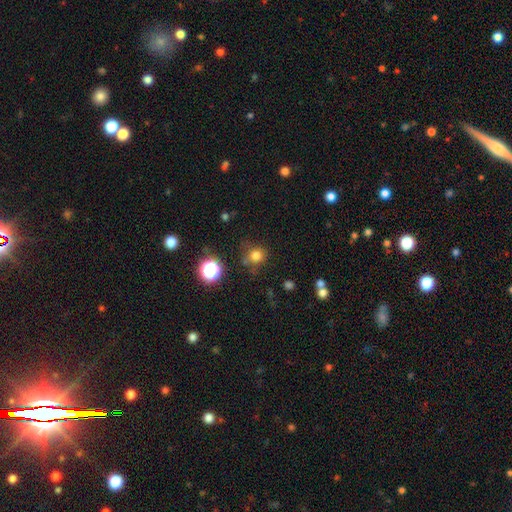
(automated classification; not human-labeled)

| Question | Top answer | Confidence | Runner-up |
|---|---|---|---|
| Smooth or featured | smooth | 77% | star or artifact (17%) |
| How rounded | round | 86% | in between (13%) |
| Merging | none | 72% | minor disturbance (16%) |